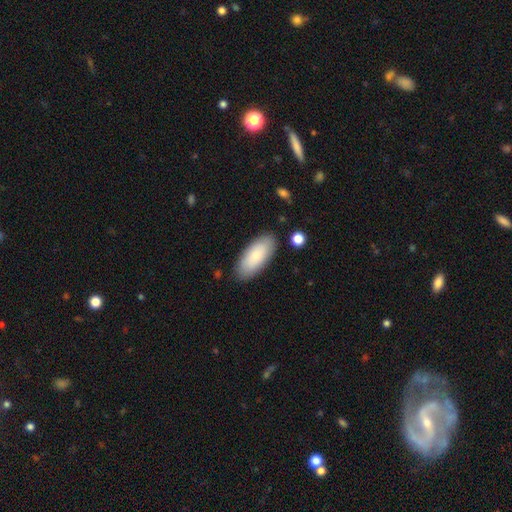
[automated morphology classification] This is clearly a smooth galaxy (82%). How rounded: clearly in between (85%). Merging: clearly none (85%).